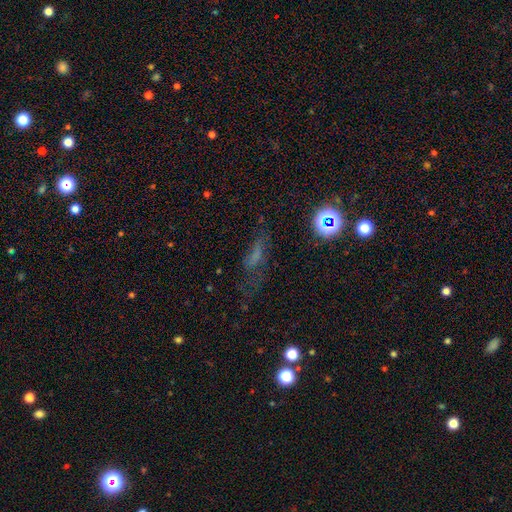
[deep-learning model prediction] Smooth or featured?
  - smooth: 41% *
  - featured or disk: 30%
  - star or artifact: 29%
Merging?
  - none: 43% *
  - major disturbance: 30%
  - minor disturbance: 23%
  - merger: 4%